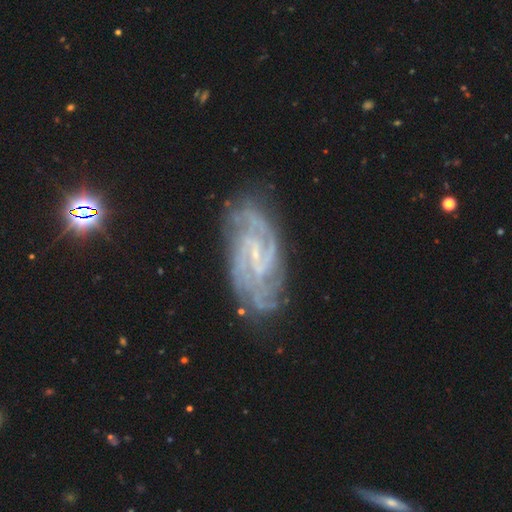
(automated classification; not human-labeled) Smooth or featured? Predicted: featured or disk (p=0.88). Edge-on disk? Predicted: no (p=0.96). Bar? Predicted: weak (p=0.52). Spiral arms? Predicted: yes (p=0.97). Spiral winding? Predicted: tight (p=0.52). Spiral arm count? Predicted: 2 (p=0.31). Bulge size? Predicted: small (p=0.71). Merging? Predicted: none (p=0.76).